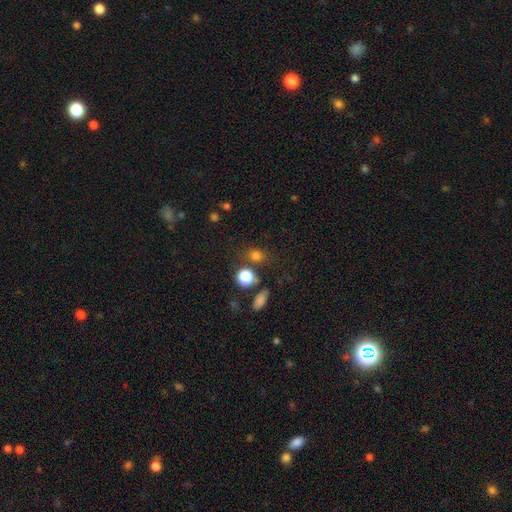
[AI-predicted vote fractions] A smooth galaxy with no disk features (77%) that is round (64%).

Vote fractions:
- Smooth or featured? smooth: 77% / star or artifact: 16% / featured or disk: 6%
- How rounded? round: 64% / in between: 34% / cigar-shaped: 2%
- Merging? none: 72% / minor disturbance: 12% / merger: 11% / major disturbance: 5%